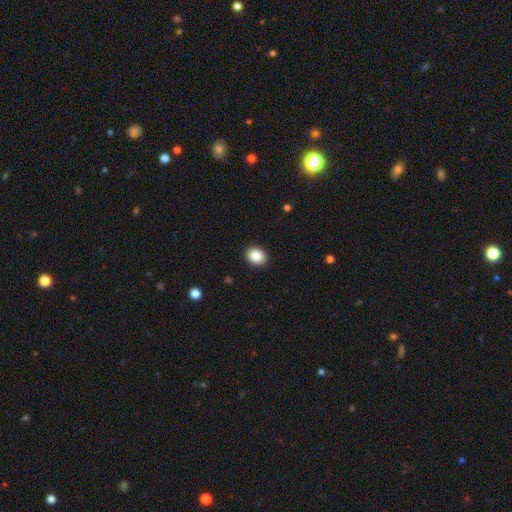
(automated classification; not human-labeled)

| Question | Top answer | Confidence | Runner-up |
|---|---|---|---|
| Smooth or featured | smooth | 86% | star or artifact (9%) |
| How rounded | round | 57% | in between (42%) |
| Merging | none | 92% | minor disturbance (6%) |